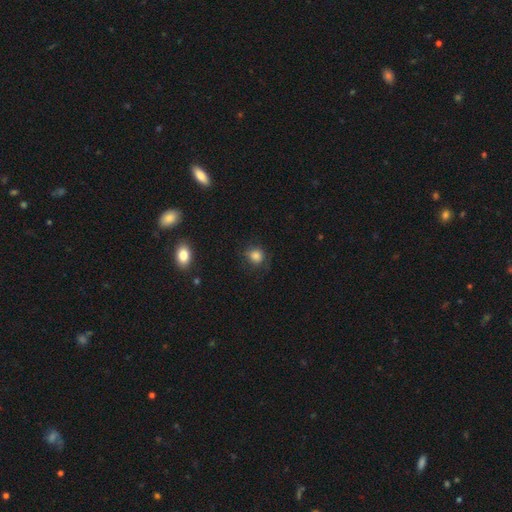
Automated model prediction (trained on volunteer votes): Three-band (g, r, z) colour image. It shows a smooth galaxy with no disk features (84%) that is round (79%). Merging: none (73%).